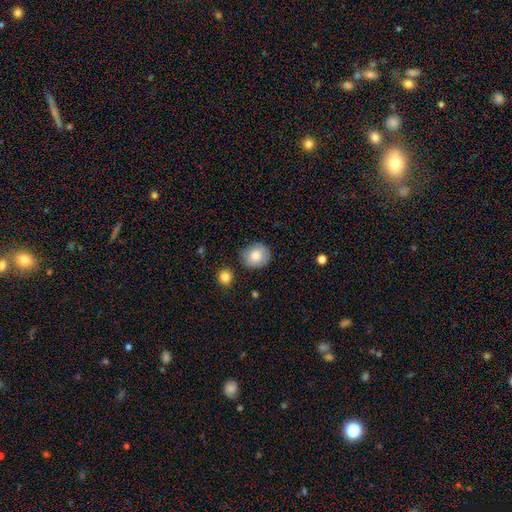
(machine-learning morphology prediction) Smooth or featured: smooth — 75% (featured or disk — 17%)
How rounded: round — 71% (in between — 28%)
Merging: none — 80% (minor disturbance — 14%)